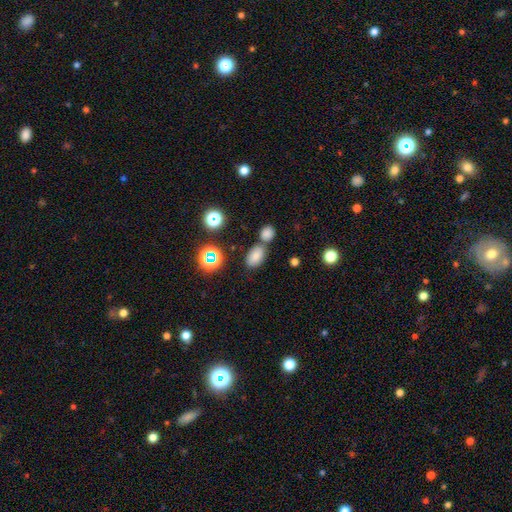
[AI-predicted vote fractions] Smooth or featured? smooth (78%)
How rounded? in between (88%)
Merging? none (62%)